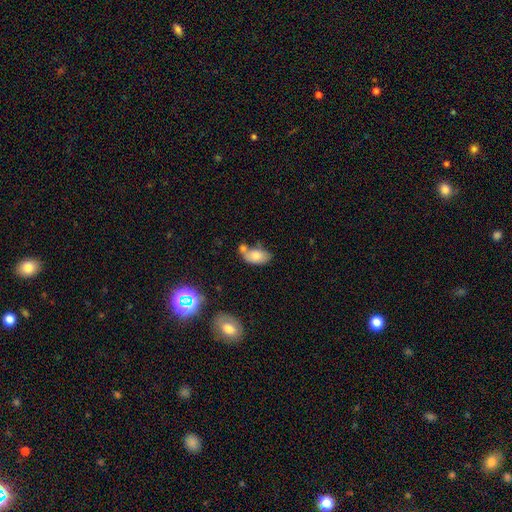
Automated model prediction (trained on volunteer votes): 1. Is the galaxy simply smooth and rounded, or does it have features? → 77% smooth, 15% featured or disk, 9% star or artifact.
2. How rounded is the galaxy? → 92% in between, 6% round, 2% cigar-shaped.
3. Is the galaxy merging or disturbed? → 42% none, 31% merger, 21% minor disturbance, 7% major disturbance.